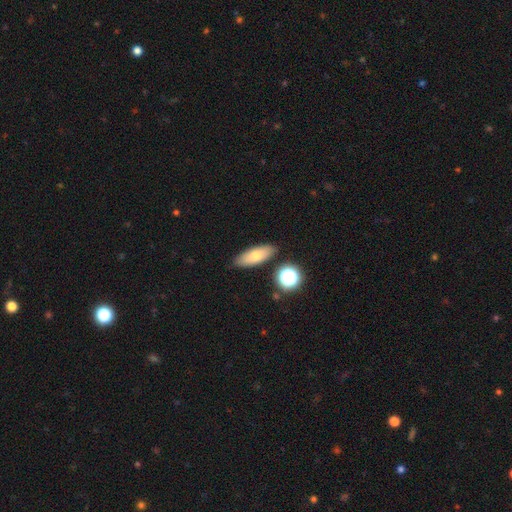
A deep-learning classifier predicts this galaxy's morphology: Overall: smooth (69%). How rounded: in between (69%). Merging: none (84%).